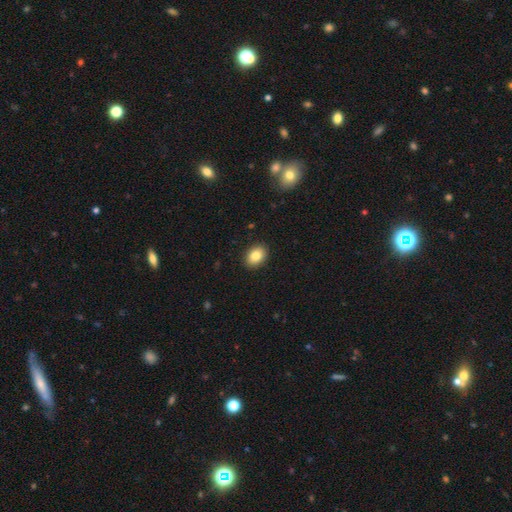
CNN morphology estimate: This is clearly a smooth galaxy (85%). How rounded: likely in between (74%). Merging: clearly none (90%).